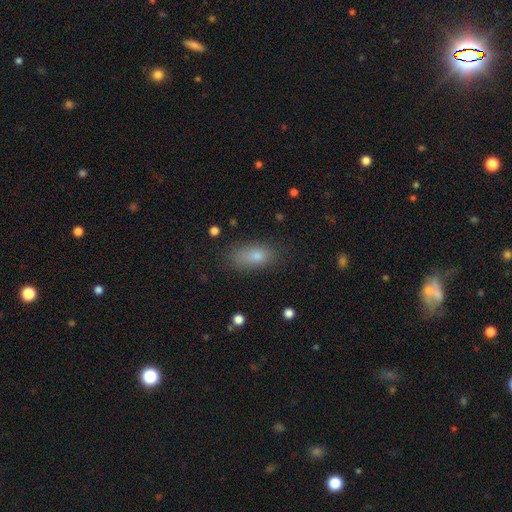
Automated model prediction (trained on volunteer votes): smooth-or-featured: smooth: 77% | star or artifact: 12% | featured or disk: 11%
  how-rounded: in between: 85% | cigar-shaped: 7% | round: 7%
  merging: none: 77% | minor disturbance: 16% | major disturbance: 5% | merger: 2%